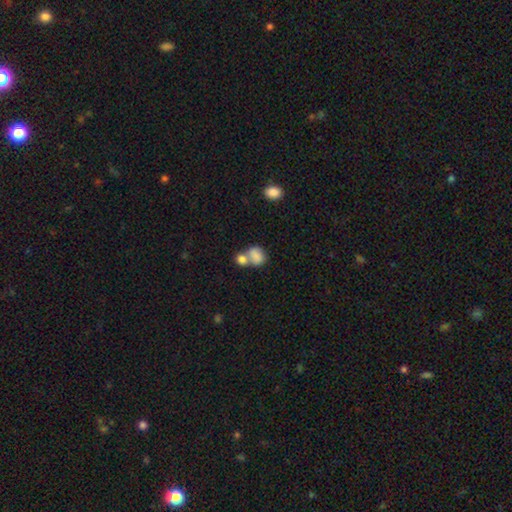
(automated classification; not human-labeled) This appears to be a smooth galaxy with no disk features (80%) that is in between round and cigar-shaped (59%). Merging: merger (60%).